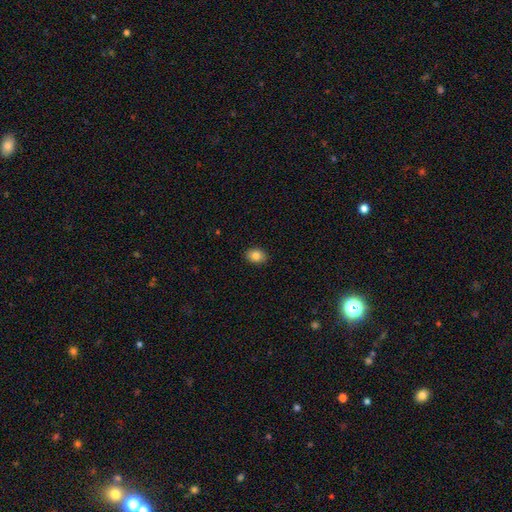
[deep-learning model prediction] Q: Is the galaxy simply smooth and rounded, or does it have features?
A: smooth — 84%.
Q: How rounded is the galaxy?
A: in between — 70%.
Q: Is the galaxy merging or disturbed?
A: none — 90%.